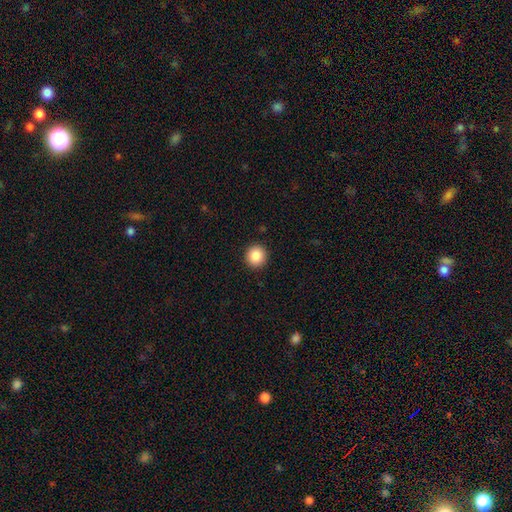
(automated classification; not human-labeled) This appears to be a smooth galaxy with no disk features (87%) that is round (93%). Merging: none (92%).